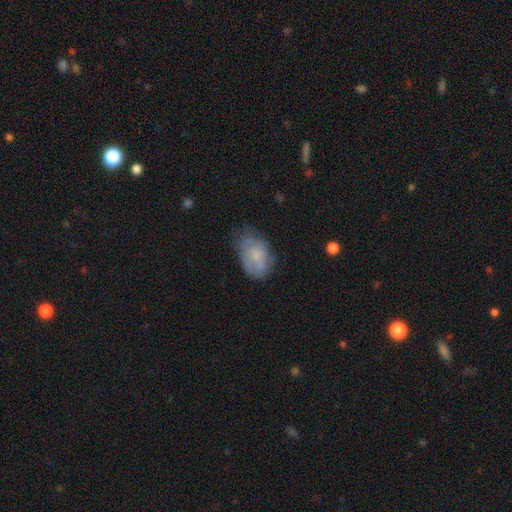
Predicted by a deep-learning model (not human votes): A smooth galaxy with no disk features (56%) that is in between round and cigar-shaped (89%).

Vote fractions:
- Smooth or featured? smooth: 56% / featured or disk: 37% / star or artifact: 8%
- How rounded? in between: 89% / round: 9% / cigar-shaped: 1%
- Merging? none: 55% / minor disturbance: 31% / major disturbance: 12% / merger: 2%